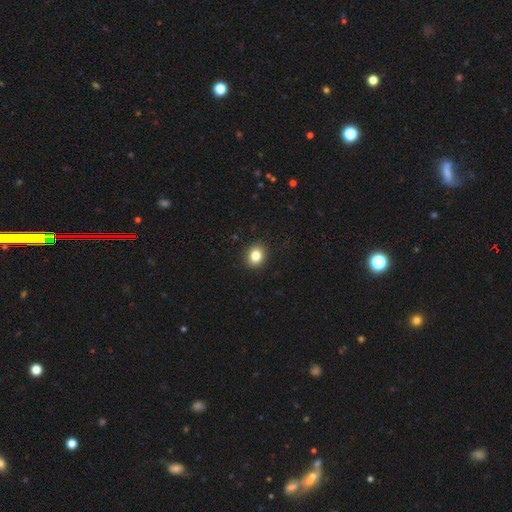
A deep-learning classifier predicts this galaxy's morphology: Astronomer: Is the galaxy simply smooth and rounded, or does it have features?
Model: smooth — 83%.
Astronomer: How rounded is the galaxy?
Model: round — 66%.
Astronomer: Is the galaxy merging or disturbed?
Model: none — 91%.